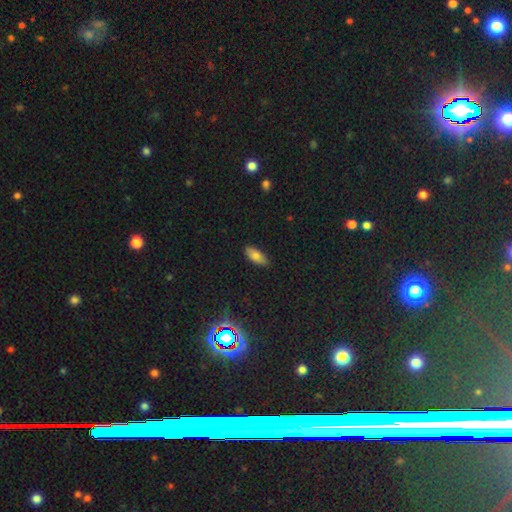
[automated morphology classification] Smooth or featured? smooth (75%)
How rounded? in between (83%)
Merging? none (87%)